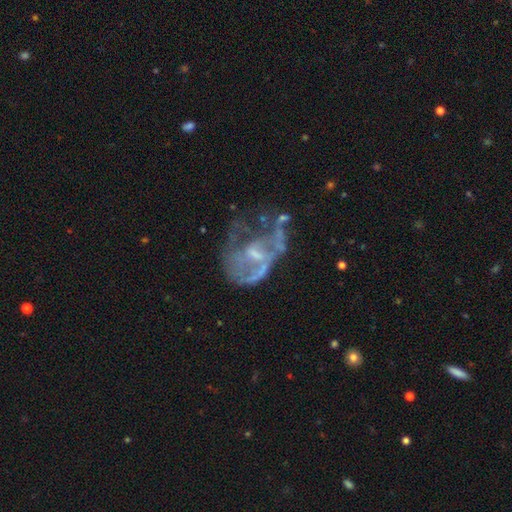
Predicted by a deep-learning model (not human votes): Smooth or featured?
  - featured or disk: 70% *
  - smooth: 17%
  - star or artifact: 13%
Edge-on disk?
  - no: 97% *
  - yes: 3%
Bar?
  - no: 59% *
  - weak: 33%
  - strong: 8%
Spiral arms?
  - no: 64% *
  - yes: 36%
Bulge size?
  - small: 39% *
  - none: 32%
  - moderate: 26%
  - large: 2%
  - dominant: 1%
Merging?
  - major disturbance: 46% *
  - none: 26%
  - minor disturbance: 18%
  - merger: 11%